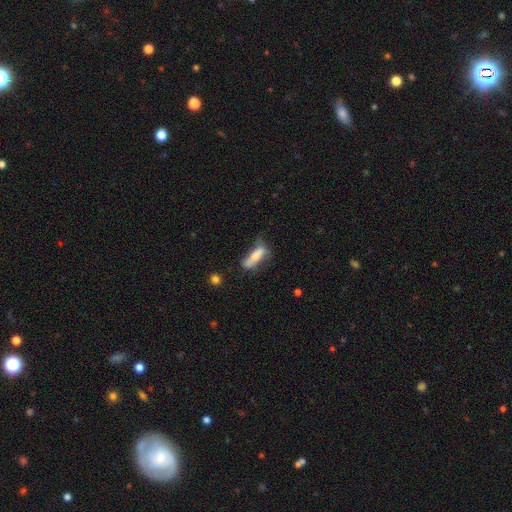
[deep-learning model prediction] This is likely a smooth galaxy (67%). How rounded: possibly cigar-shaped (55%). Merging: marginally none (42%).